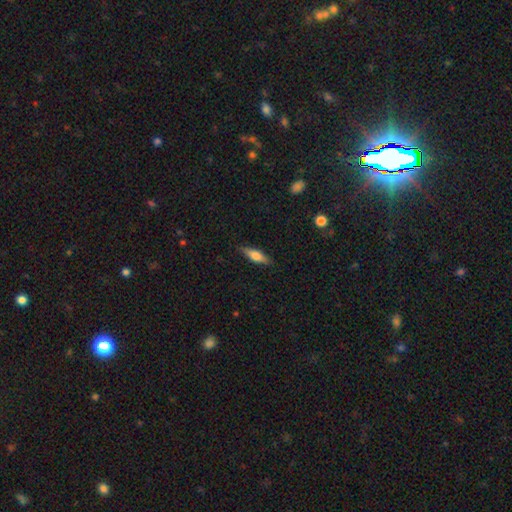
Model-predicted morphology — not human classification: Smooth or featured: smooth — 57% (featured or disk — 36%)
How rounded: cigar-shaped — 56% (in between — 41%)
Merging: none — 86% (minor disturbance — 11%)